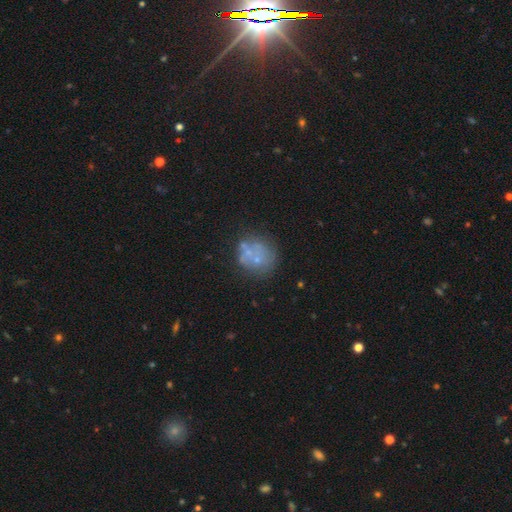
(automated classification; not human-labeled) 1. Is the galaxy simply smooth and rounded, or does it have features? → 42% smooth (tied), 42% featured or disk (tied), 16% star or artifact.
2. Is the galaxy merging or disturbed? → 57% none, 18% minor disturbance, 15% merger, 10% major disturbance.